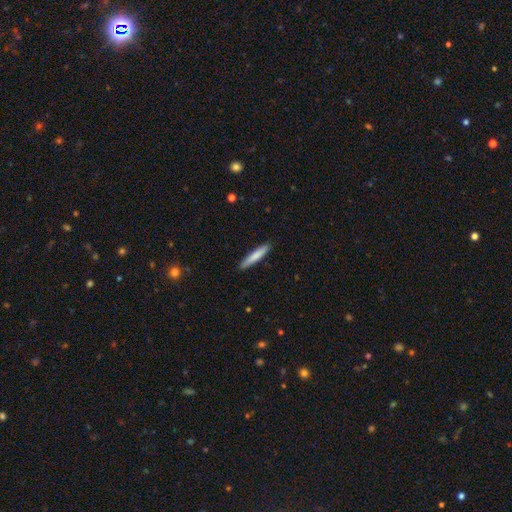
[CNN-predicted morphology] type=smooth (77%); roundness=cigar-shaped (92%); merging=none (90%).